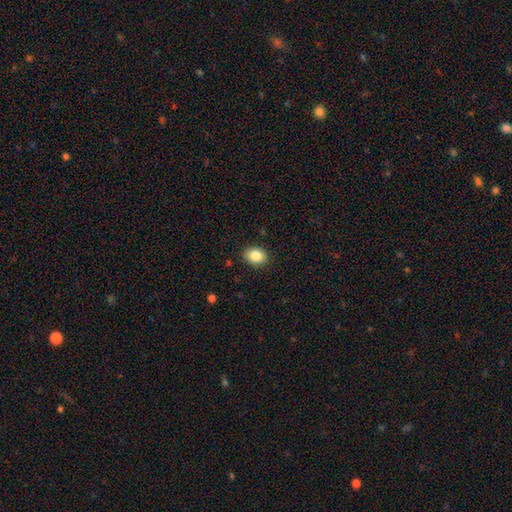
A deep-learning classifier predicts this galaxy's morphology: Q: Smooth or featured?
A: smooth (85%); runner-up: star or artifact (9%)
Q: How rounded?
A: in between (64%); runner-up: round (35%)
Q: Merging?
A: none (88%); runner-up: minor disturbance (9%)